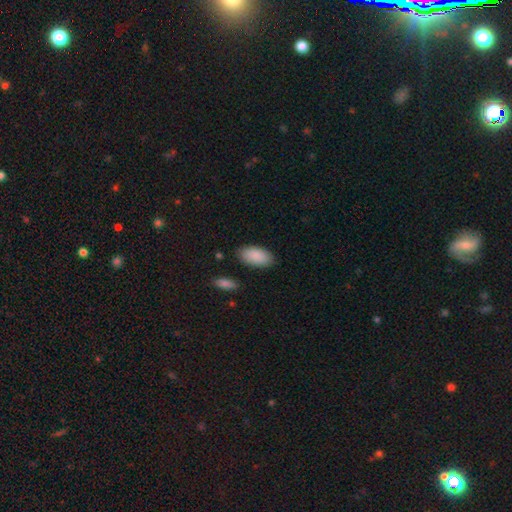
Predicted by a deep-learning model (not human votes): A smooth galaxy with no disk features (89%) that is in between round and cigar-shaped (94%). Merging: none (86%).